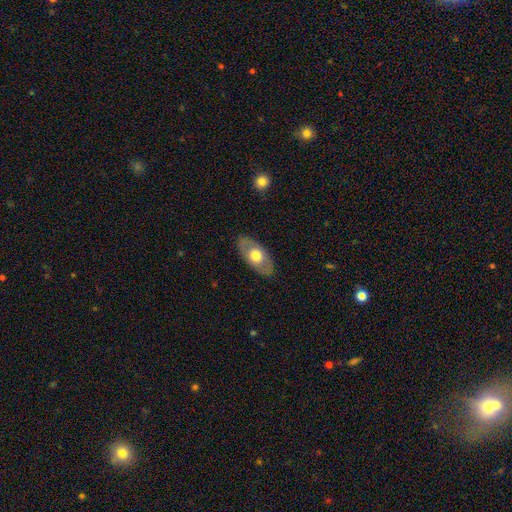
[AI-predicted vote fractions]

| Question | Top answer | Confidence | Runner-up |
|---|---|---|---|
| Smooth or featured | smooth | 55% | featured or disk (40%) |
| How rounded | in between | 90% | round (7%) |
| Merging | none | 85% | minor disturbance (11%) |